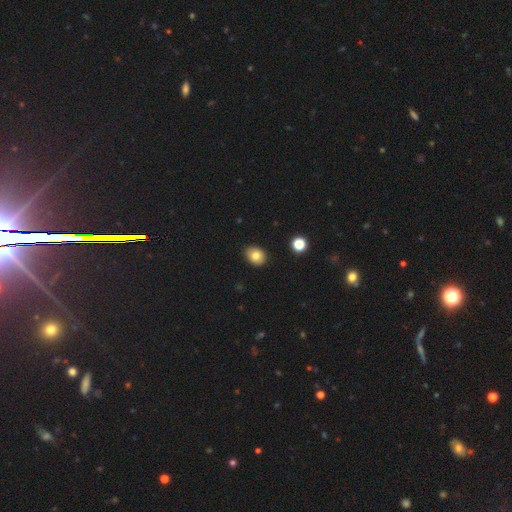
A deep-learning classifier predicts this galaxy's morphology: smooth_or_featured: smooth (p=0.80) [alt: featured or disk p=0.10]
how_rounded: in between (p=0.54) [alt: round p=0.45]
merging: none (p=0.88) [alt: minor disturbance p=0.09]